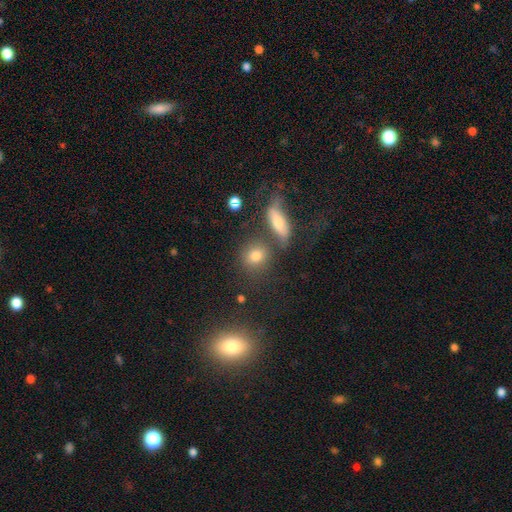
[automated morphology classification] Smooth or featured? Predicted: smooth (p=0.73). How rounded? Predicted: round (p=0.69). Merging? Predicted: none (p=0.63).